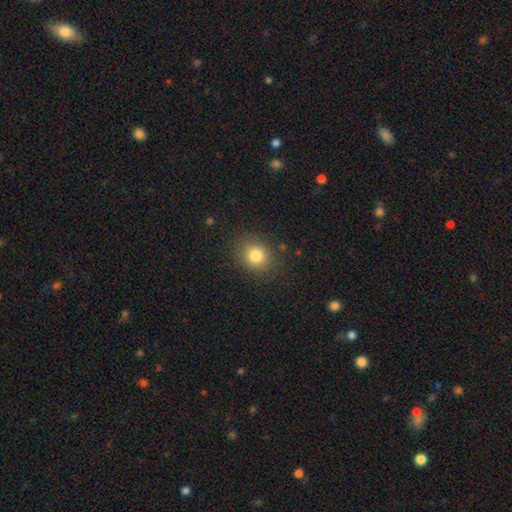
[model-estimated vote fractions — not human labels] Overall: smooth (82%). How rounded: round (71%). Merging: none (86%).